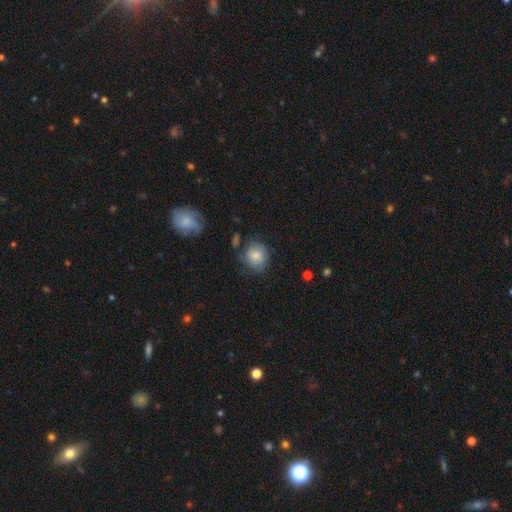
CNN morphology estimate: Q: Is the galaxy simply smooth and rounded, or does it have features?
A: smooth — 75%.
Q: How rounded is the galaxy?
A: round — 75%.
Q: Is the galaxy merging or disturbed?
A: none — 62%.